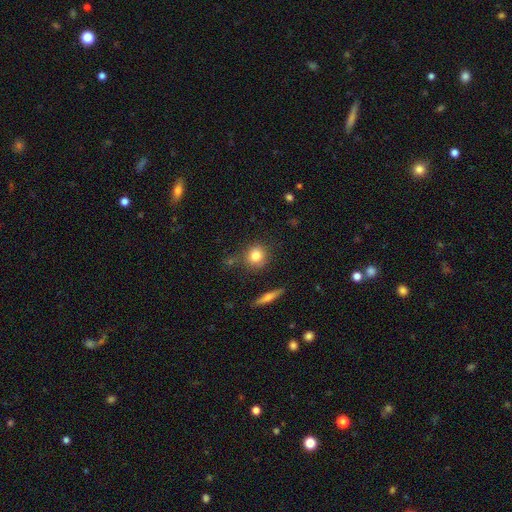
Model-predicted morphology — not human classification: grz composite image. It shows a smooth galaxy with no disk features (80%) that is round (82%). Merging: none (75%).